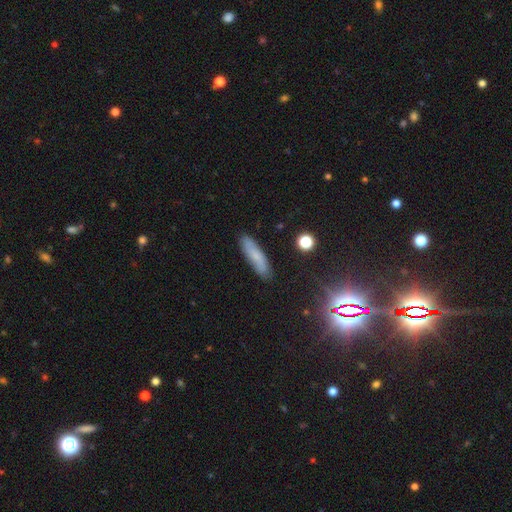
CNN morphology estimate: smooth_or_featured: smooth (p=0.67) [alt: featured or disk p=0.21]
how_rounded: cigar-shaped (p=0.71) [alt: in between p=0.27]
merging: none (p=0.86) [alt: minor disturbance p=0.11]